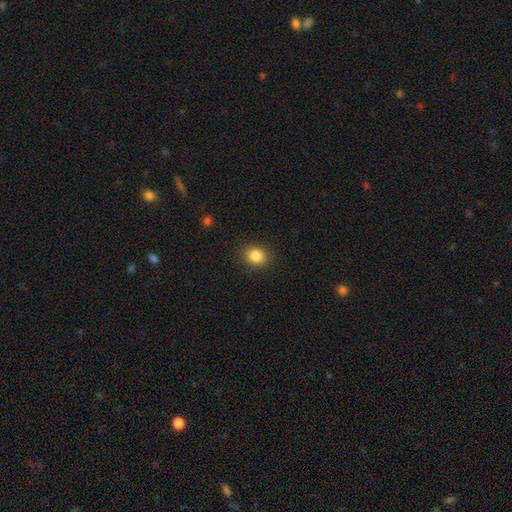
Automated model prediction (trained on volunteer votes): smooth 85%, star or artifact 10%, featured or disk 5%. Down the decision tree: how rounded — round (62%); merging — none (89%).